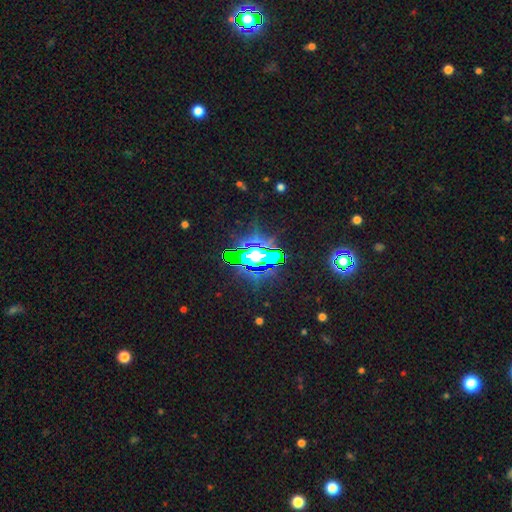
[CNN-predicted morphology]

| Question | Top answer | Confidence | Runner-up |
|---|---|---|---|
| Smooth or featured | star or artifact | 67% | smooth (18%) |